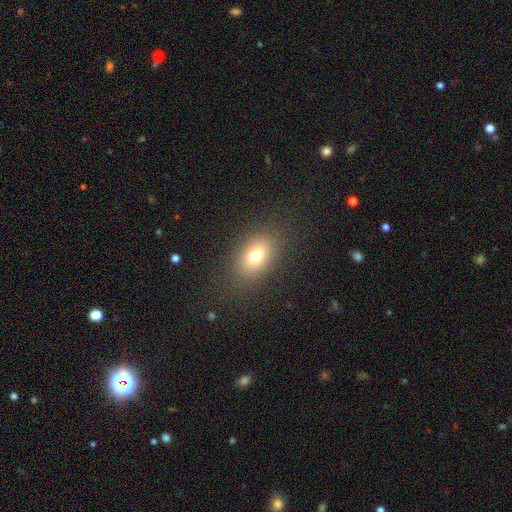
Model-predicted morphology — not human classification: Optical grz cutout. It shows a smooth galaxy with no disk features (74%) that is in between round and cigar-shaped (78%). Merging: none (84%).